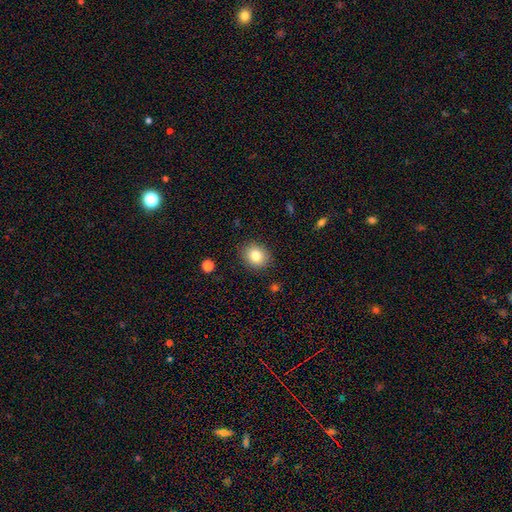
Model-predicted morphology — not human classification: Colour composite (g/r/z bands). It shows a smooth galaxy with no disk features (82%) that is round (66%). Merging: none (88%).